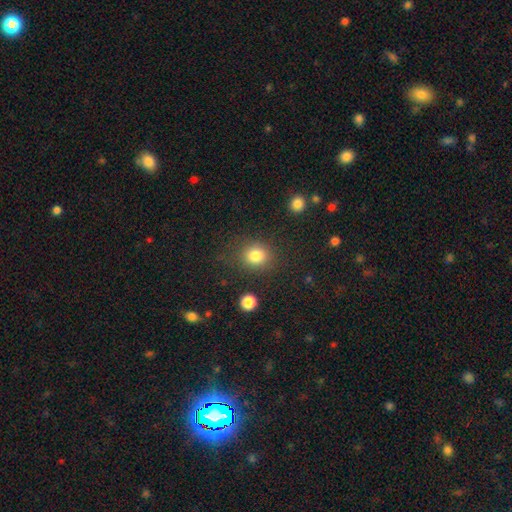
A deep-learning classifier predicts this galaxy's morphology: smooth-or-featured: smooth: 82% | star or artifact: 12% | featured or disk: 6%
  how-rounded: round: 73% | in between: 26% | cigar-shaped: 1%
  merging: none: 80% | minor disturbance: 11% | major disturbance: 5% | merger: 3%